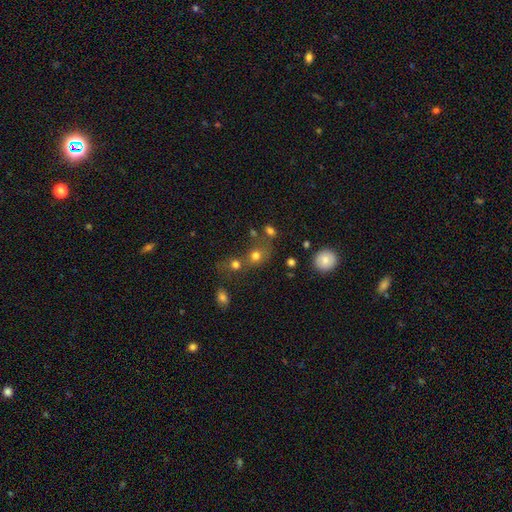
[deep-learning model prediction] smooth_or_featured: smooth (p=0.72) [alt: star or artifact p=0.16]
how_rounded: round (p=0.71) [alt: in between p=0.27]
merging: none (p=0.46) [alt: merger p=0.34]